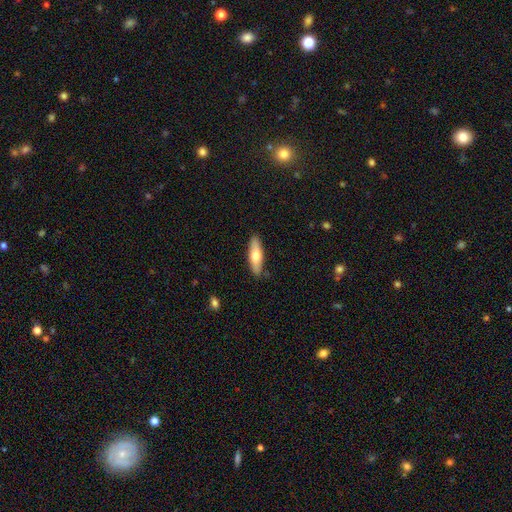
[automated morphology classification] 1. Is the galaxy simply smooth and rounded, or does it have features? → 65% smooth, 30% featured or disk, 5% star or artifact.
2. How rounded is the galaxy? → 51% cigar-shaped, 47% in between, 2% round.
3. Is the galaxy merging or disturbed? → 86% none, 11% minor disturbance, 2% major disturbance, 1% merger.